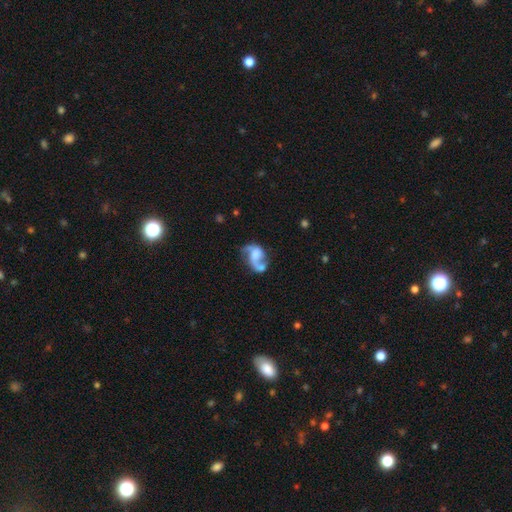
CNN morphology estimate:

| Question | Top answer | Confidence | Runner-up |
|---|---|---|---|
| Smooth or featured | featured or disk | 74% | smooth (18%) |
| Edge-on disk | no | 98% | yes (2%) |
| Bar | no | 60% | weak (32%) |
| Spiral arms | yes | 87% | no (13%) |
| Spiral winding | loose | 61% | medium (32%) |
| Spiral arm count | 2 | 75% | 1 (18%) |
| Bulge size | none | 31% | moderate (25%) |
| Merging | none | 37% | major disturbance (25%) |